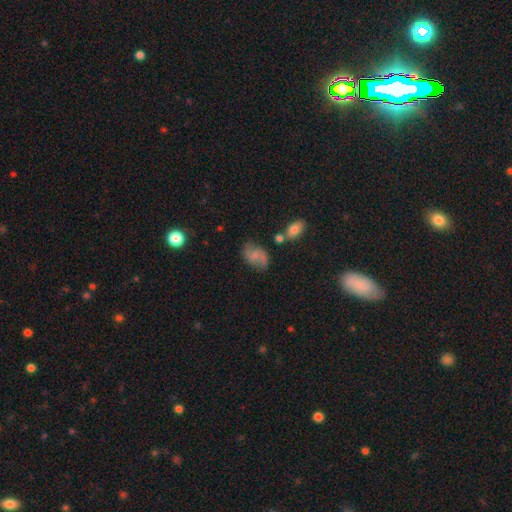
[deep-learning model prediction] Overall: featured or disk (50%; smooth 40%). Edge-on disk: no (97%). Merging: none (66%).